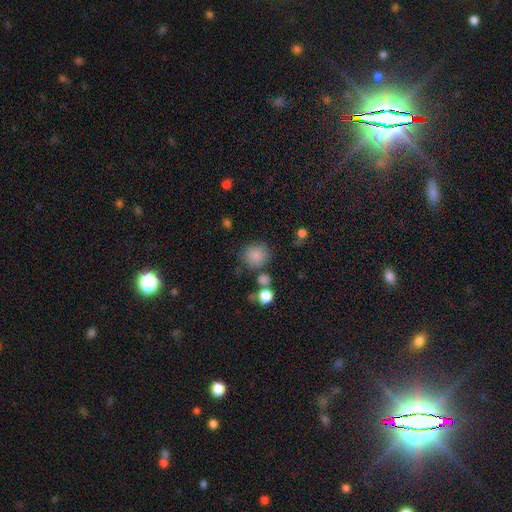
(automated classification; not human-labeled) Smooth or featured? Predicted: smooth (p=0.83). How rounded? Predicted: round (p=0.82). Merging? Predicted: none (p=0.75).